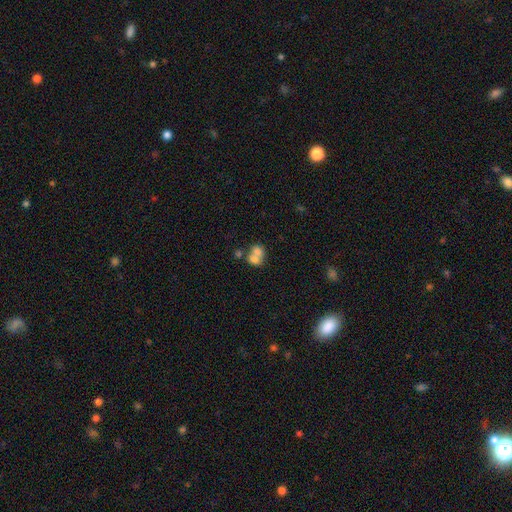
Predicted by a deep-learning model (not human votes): Morphology: type=smooth (70%); roundness=round (55%); merging=merger (67%).